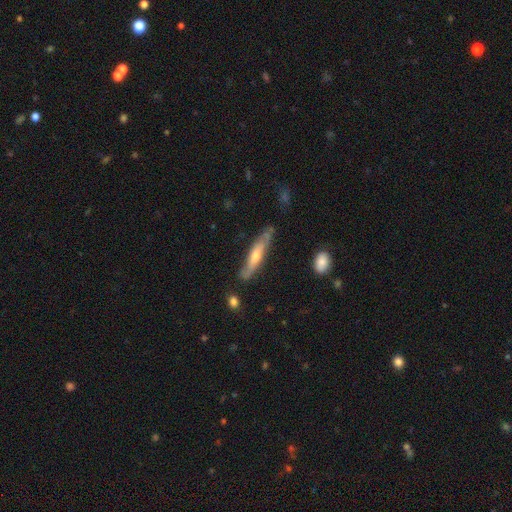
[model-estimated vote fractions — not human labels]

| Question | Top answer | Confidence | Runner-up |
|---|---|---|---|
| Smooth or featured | featured or disk | 54% | smooth (41%) |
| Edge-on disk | yes | 76% | no (24%) |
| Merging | none | 71% | minor disturbance (21%) |